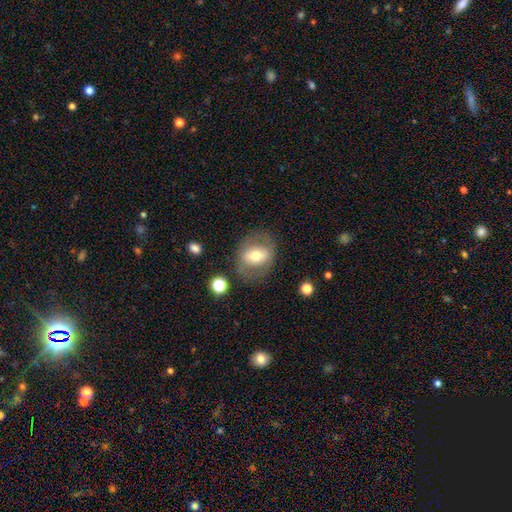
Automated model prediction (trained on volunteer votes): smooth_or_featured: smooth (p=0.49) [alt: featured or disk p=0.43]
merging: none (p=0.74) [alt: minor disturbance p=0.15]